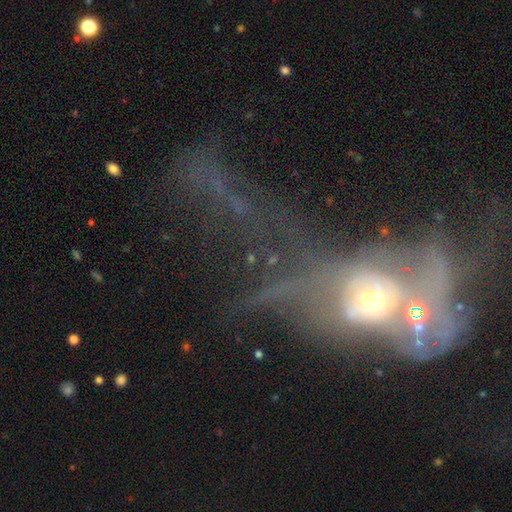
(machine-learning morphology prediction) Q: Smooth or featured?
A: featured or disk (56%); runner-up: star or artifact (23%)
Q: Edge-on disk?
A: no (89%); runner-up: yes (11%)
Q: Merging?
A: merger (59%); runner-up: major disturbance (27%)